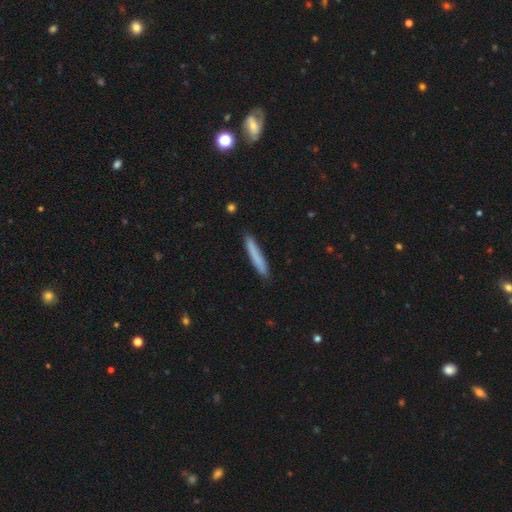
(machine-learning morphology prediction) Smooth or featured? smooth (79%)
How rounded? cigar-shaped (95%)
Merging? none (89%)